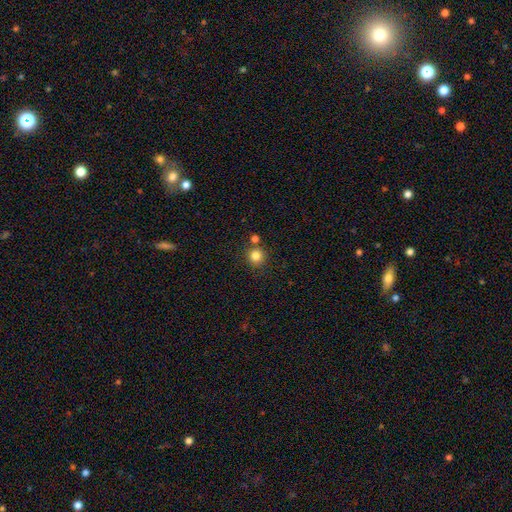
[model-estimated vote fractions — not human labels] Smooth or featured? Predicted: smooth (p=0.84). How rounded? Predicted: round (p=0.95). Merging? Predicted: none (p=0.79).